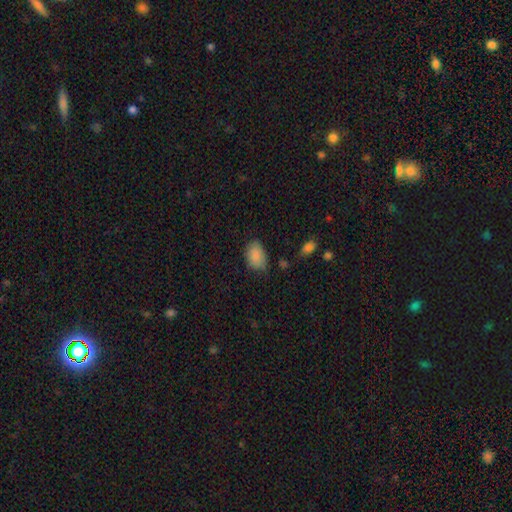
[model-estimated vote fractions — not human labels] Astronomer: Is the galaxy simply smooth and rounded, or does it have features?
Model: smooth — 87%.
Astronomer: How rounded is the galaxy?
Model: in between — 83%.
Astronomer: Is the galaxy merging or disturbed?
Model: none — 68%.